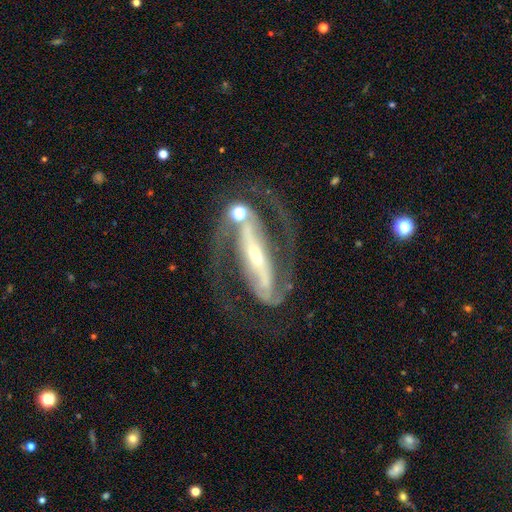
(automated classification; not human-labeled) Smooth or featured? featured or disk (90%)
Edge-on disk? no (91%)
Bar? strong (80%)
Spiral arms? yes (94%)
Spiral winding? medium (52%)
Spiral arm count? 2 (91%)
Bulge size? small (61%)
Merging? none (67%)